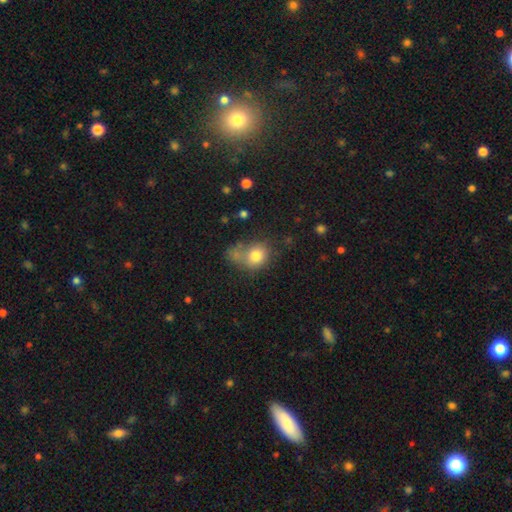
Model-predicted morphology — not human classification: Smooth or featured? smooth (79%)
How rounded? round (62%)
Merging? none (38%)